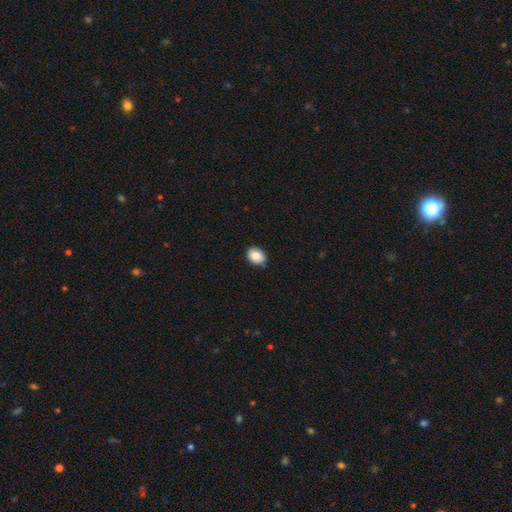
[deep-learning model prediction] Smooth or featured? smooth (85%)
How rounded? in between (57%)
Merging? none (83%)